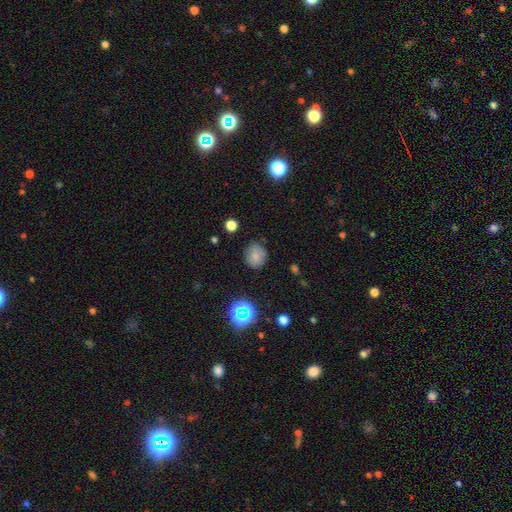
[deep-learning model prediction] A smooth galaxy with no disk features (77%) that is round (66%). Merging: none (78%).